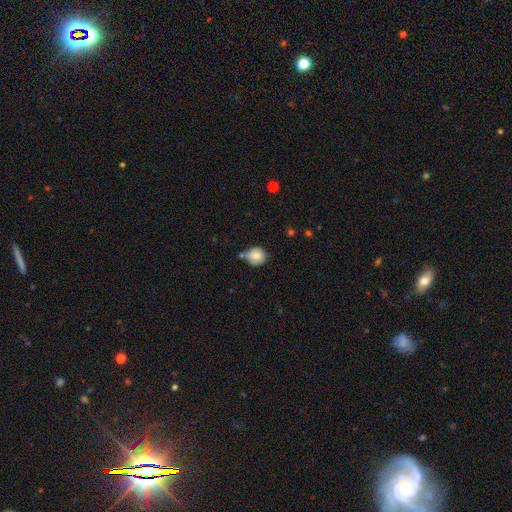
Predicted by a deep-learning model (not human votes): This is clearly a smooth galaxy (82%). How rounded: clearly round (87%). Merging: possibly none (58%).